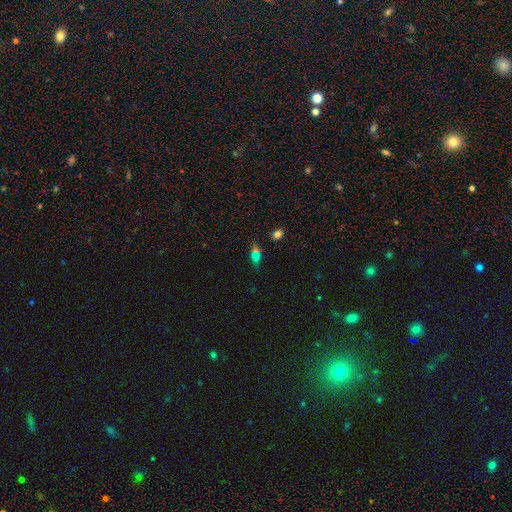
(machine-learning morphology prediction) type=smooth (64%); roundness=in between (65%); merging=none (49%).